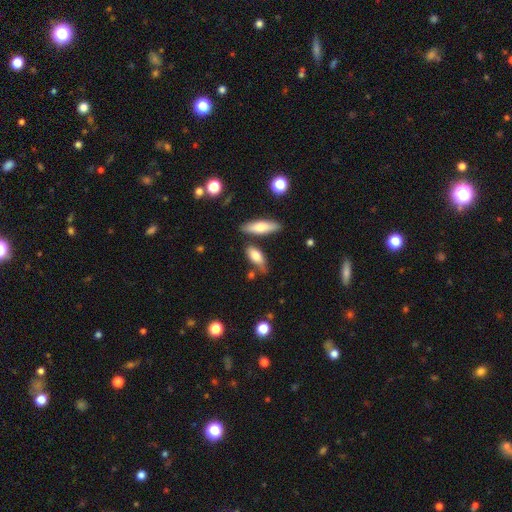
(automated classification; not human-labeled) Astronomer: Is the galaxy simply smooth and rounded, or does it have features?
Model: smooth — 74%.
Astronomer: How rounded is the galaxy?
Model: in between — 70%.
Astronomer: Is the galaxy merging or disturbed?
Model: none — 62%.